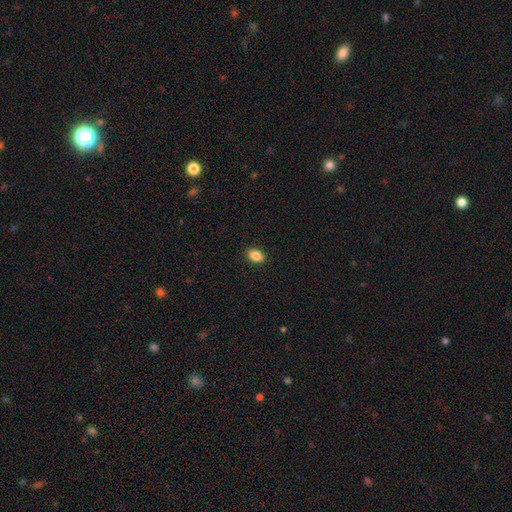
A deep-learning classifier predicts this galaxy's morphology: A smooth galaxy with no disk features (87%) that is in between round and cigar-shaped (84%).

Vote fractions:
- Smooth or featured? smooth: 87% / star or artifact: 8% / featured or disk: 5%
- How rounded? in between: 84% / round: 14% / cigar-shaped: 2%
- Merging? none: 90% / minor disturbance: 8% / major disturbance: 2% / merger: 1%